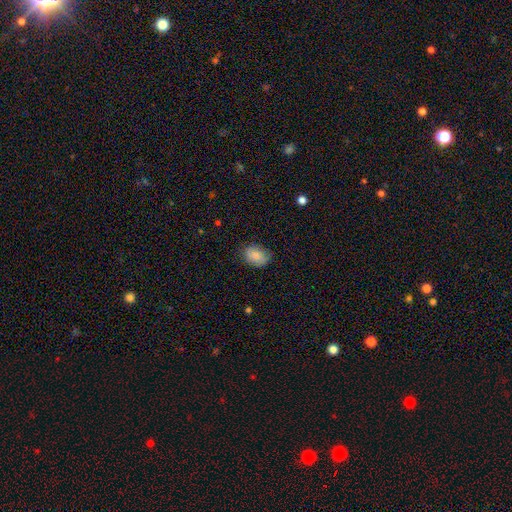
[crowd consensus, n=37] Overall: smooth (76%). How rounded: in between (68%; round 32%). Merging: none (68%).